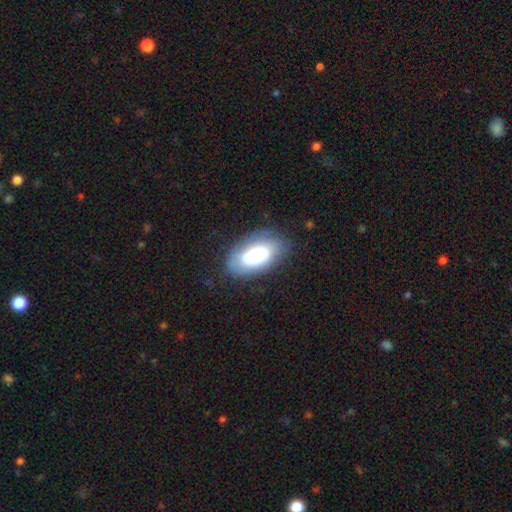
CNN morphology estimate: A smooth galaxy with no disk features (71%) that is in between round and cigar-shaped (94%). Merging: none (65%).